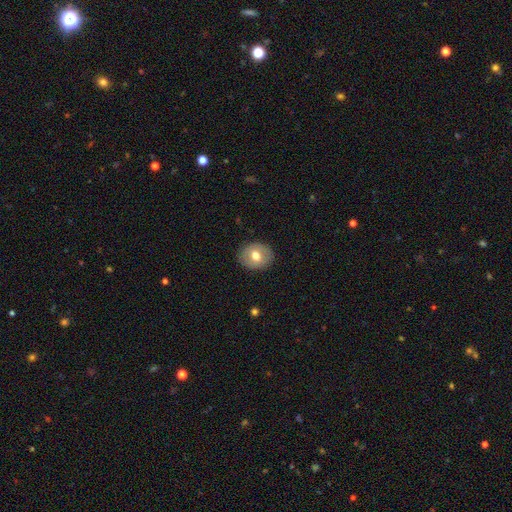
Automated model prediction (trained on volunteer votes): Smooth or featured? Predicted: smooth (p=0.67). How rounded? Predicted: round (p=0.57). Merging? Predicted: none (p=0.88).